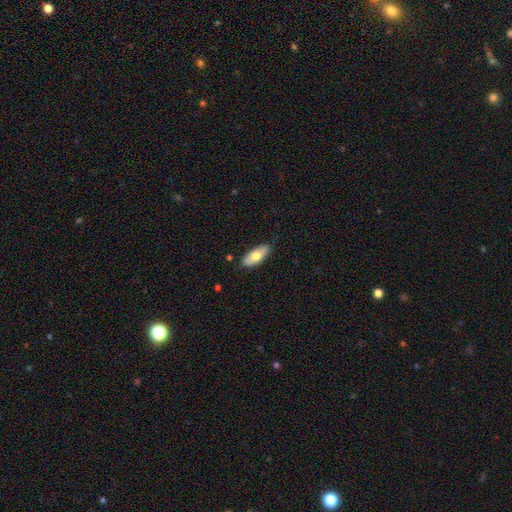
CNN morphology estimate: smooth 68%, featured or disk 26%, star or artifact 6%. Down the decision tree: how rounded — in between (80%); merging — none (87%).